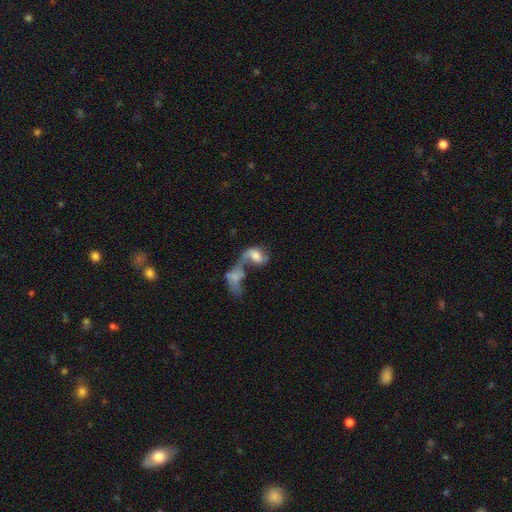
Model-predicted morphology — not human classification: type=featured or disk (48%); merging=merger (66%).